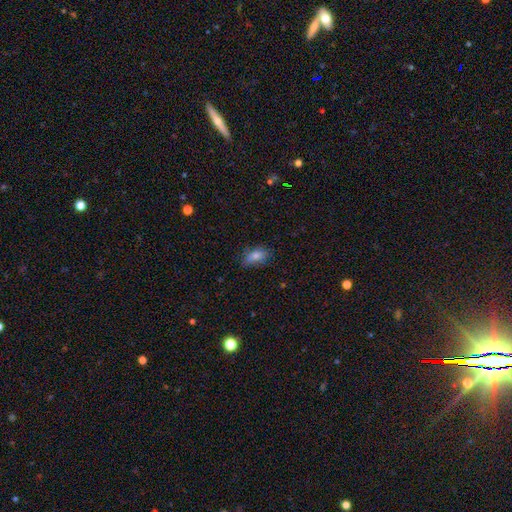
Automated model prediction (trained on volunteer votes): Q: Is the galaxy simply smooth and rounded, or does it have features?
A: smooth — 77%.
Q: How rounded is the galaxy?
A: in between — 82%.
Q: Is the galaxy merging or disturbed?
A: none — 69%.